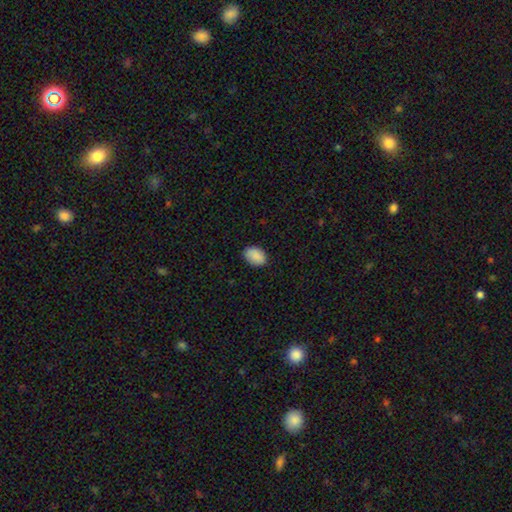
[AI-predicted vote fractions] smooth 89%, star or artifact 7%, featured or disk 4%. Down the decision tree: how rounded — in between (82%); merging — none (84%).